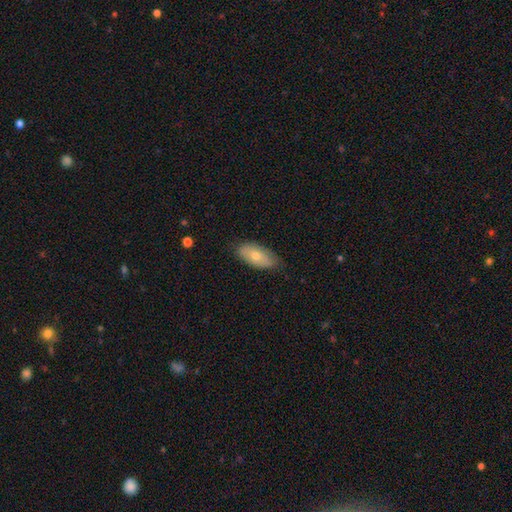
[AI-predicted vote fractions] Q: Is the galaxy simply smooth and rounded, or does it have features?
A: smooth — 65%.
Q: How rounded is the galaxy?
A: in between — 91%.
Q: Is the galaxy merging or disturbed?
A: none — 80%.